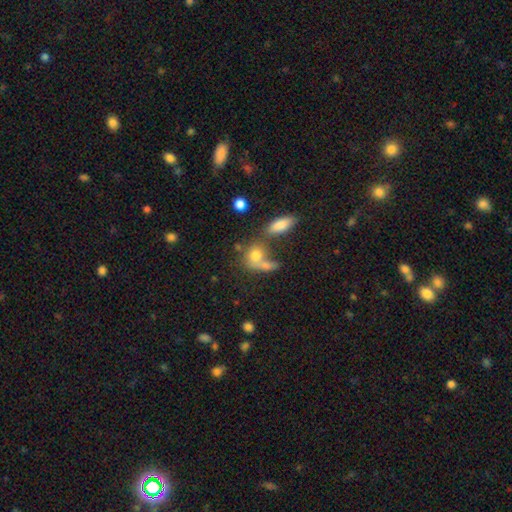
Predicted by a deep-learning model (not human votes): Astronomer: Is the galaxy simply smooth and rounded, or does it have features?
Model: smooth — 74%.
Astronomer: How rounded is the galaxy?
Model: in between — 50% (runner-up: round, 45%).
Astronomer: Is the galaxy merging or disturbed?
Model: merger — 44% (runner-up: none, 34%).